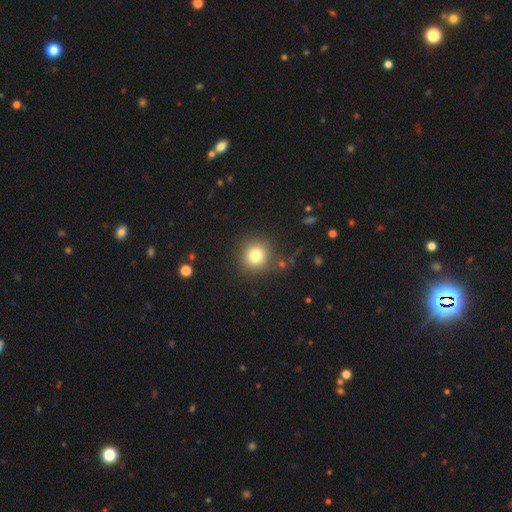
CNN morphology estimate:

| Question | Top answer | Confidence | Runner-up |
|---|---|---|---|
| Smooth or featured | smooth | 79% | star or artifact (13%) |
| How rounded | round | 91% | in between (8%) |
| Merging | none | 85% | minor disturbance (8%) |